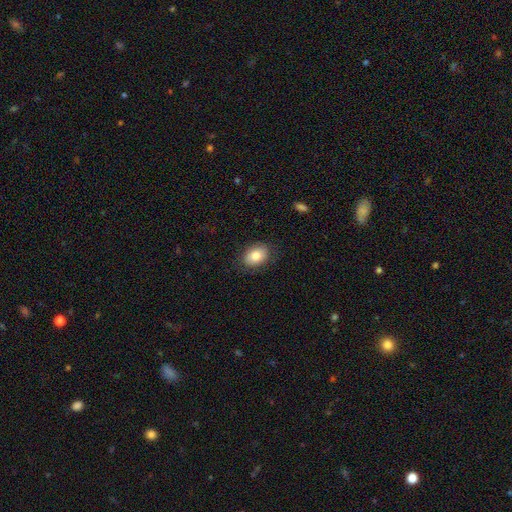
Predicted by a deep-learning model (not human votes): Smooth or featured: smooth — 83% (featured or disk — 9%)
How rounded: in between — 77% (round — 22%)
Merging: none — 85% (minor disturbance — 11%)